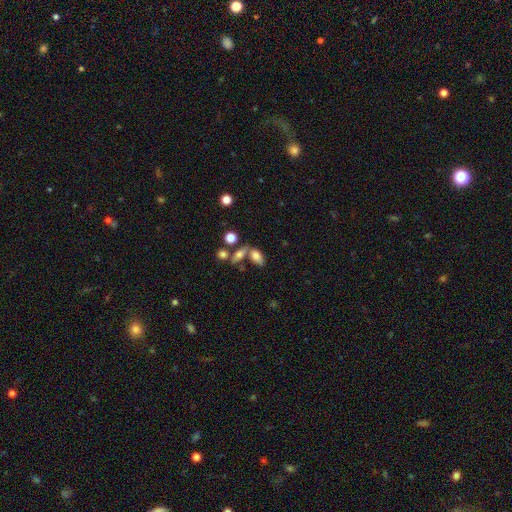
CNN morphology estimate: A smooth galaxy with no disk features (74%) that is in between round and cigar-shaped (86%).

Vote fractions:
- Smooth or featured? smooth: 74% / featured or disk: 15% / star or artifact: 11%
- How rounded? in between: 86% / cigar-shaped: 7% / round: 7%
- Merging? none: 43% / merger: 35% / minor disturbance: 15% / major disturbance: 8%